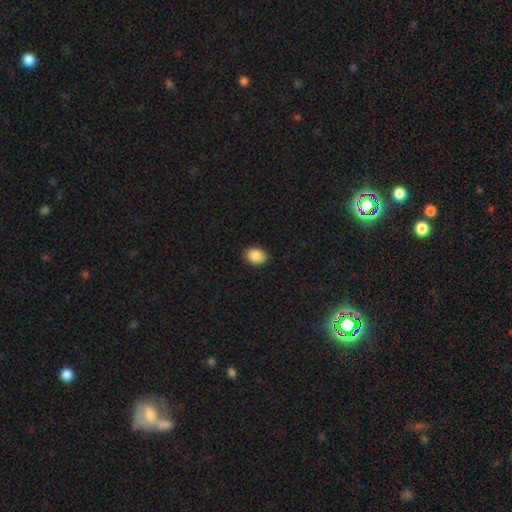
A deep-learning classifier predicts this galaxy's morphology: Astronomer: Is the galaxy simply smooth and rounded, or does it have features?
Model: smooth — 89%.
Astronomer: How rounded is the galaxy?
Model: in between — 67%.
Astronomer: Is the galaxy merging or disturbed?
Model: none — 90%.